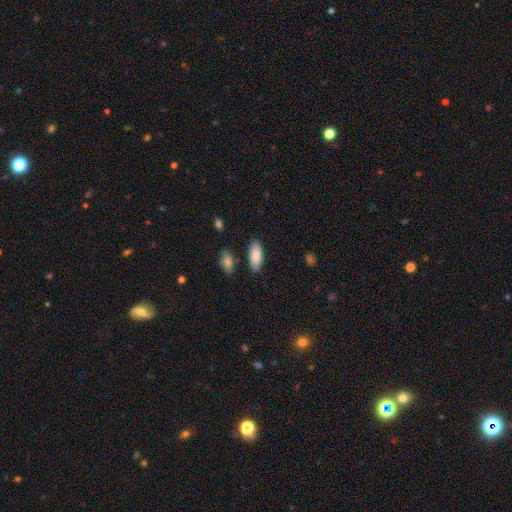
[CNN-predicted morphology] A smooth galaxy with no disk features (88%) that is in between round and cigar-shaped (85%). Merging: none (83%).